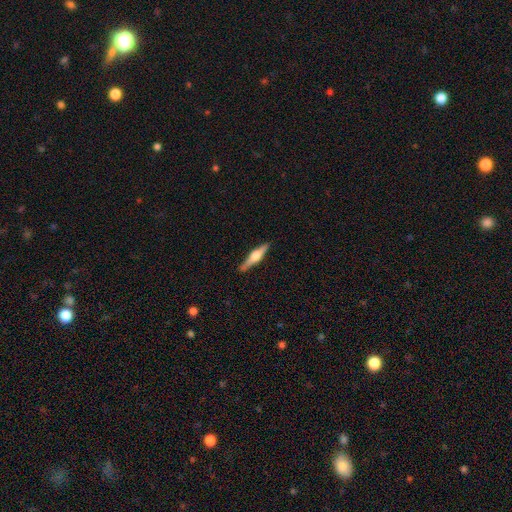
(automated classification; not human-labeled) The model was most divided on "smooth or featured": featured or disk: 69%, smooth: 26%, star or artifact: 5%. More confident: edge-on disk — yes (98%); edge-on bulge — rounded (89%); merging — none (89%).